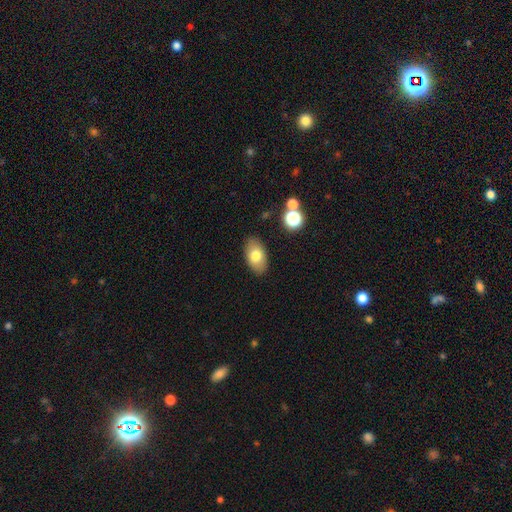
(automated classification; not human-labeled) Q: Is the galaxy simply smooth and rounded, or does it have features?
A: smooth — 74%.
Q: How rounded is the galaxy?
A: in between — 92%.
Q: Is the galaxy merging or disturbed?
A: none — 87%.